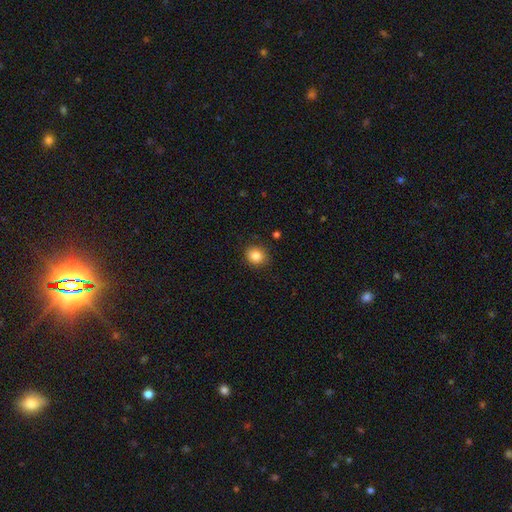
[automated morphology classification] Smooth or featured?
  - smooth: 84% *
  - star or artifact: 10%
  - featured or disk: 6%
How rounded?
  - round: 76% *
  - in between: 24%
  - cigar-shaped: 1%
Merging?
  - none: 87% *
  - minor disturbance: 9%
  - major disturbance: 2%
  - merger: 1%